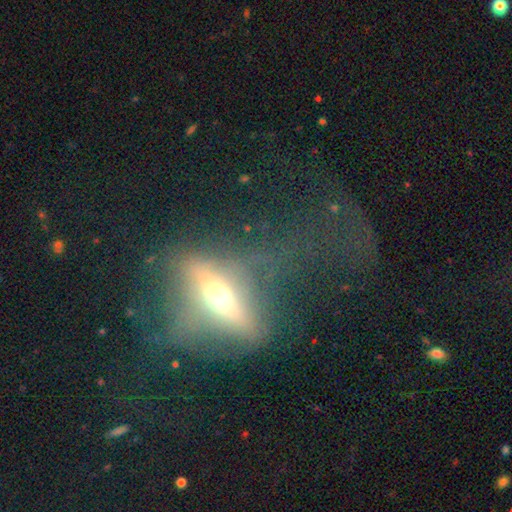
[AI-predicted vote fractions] featured or disk 61%, smooth 27%, star or artifact 13%. Down the decision tree: edge-on disk — yes (67%); merging — major disturbance (52%).